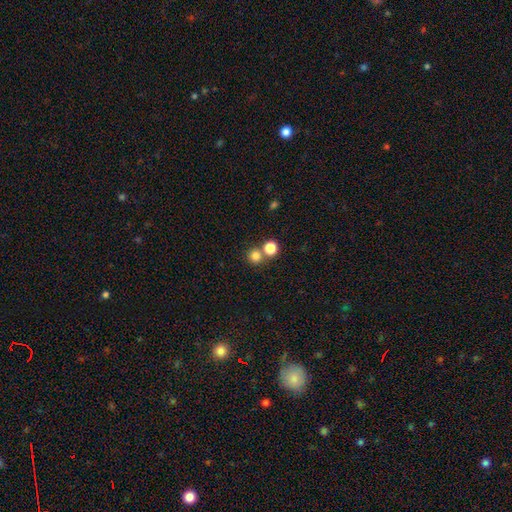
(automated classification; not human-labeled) Morphology: type=smooth (80%); roundness=round (92%); merging=none (63%).